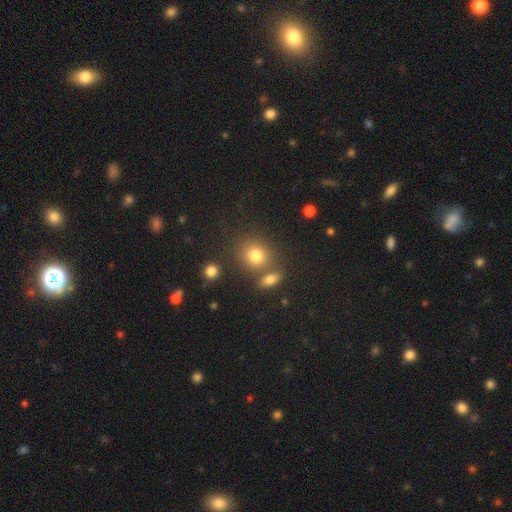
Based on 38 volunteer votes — smooth_or_featured: smooth (p=0.82) [alt: featured or disk p=0.11]
how_rounded: round (p=0.81) [alt: in between p=0.19]
merging: none (p=0.57) [alt: merger p=0.29]